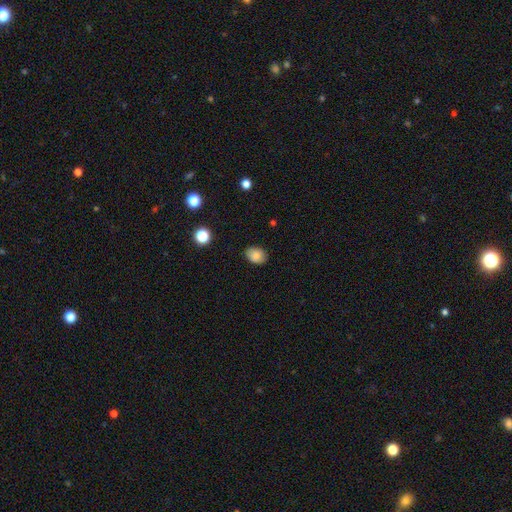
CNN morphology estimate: Overall: smooth (83%). How rounded: in between (65%; round 34%). Merging: none (83%).